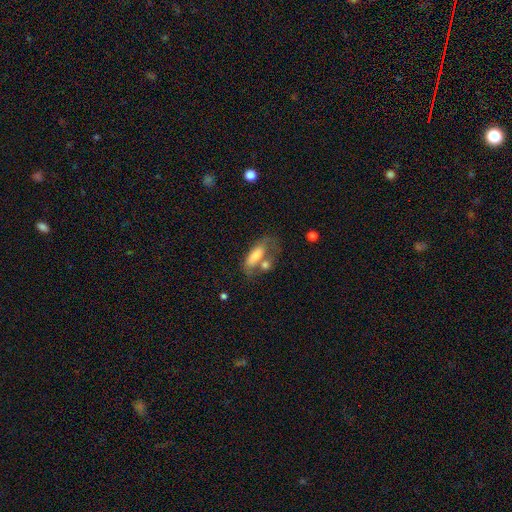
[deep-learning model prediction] The model was most divided on "merging": none: 32%, merger: 30%, minor disturbance: 19%, major disturbance: 19%. More confident: how rounded — in between (68%); smooth or featured — smooth (63%).